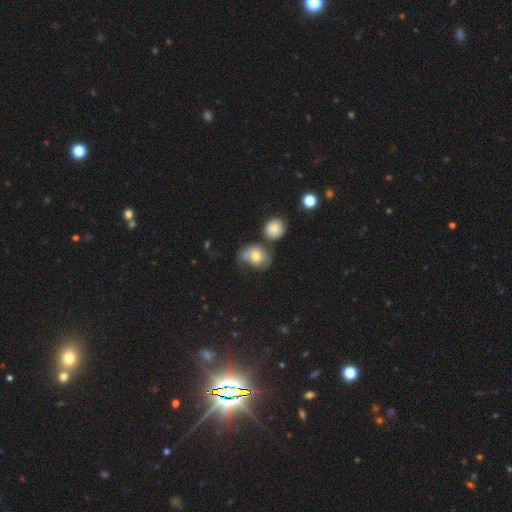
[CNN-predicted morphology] smooth-or-featured: smooth: 69% | featured or disk: 21% | star or artifact: 10%
  how-rounded: round: 54% | in between: 45% | cigar-shaped: 1%
  merging: none: 42% | merger: 24% | minor disturbance: 22% | major disturbance: 12%